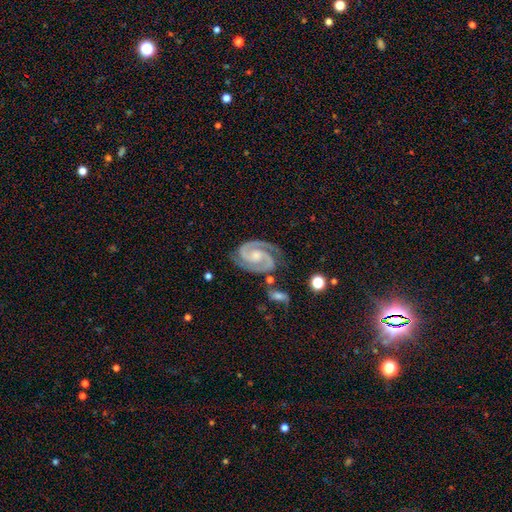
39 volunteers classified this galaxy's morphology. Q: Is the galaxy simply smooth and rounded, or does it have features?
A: featured or disk — 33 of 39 (85%).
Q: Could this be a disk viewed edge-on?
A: no — 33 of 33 (100%).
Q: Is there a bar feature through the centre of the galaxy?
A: no — 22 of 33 (67%).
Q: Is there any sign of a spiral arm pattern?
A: yes — 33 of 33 (100%).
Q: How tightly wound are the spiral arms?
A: tight — 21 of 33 (64%).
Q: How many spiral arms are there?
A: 2 — 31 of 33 (94%).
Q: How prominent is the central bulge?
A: moderate — 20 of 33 (61%).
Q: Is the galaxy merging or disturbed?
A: none — 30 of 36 (83%).